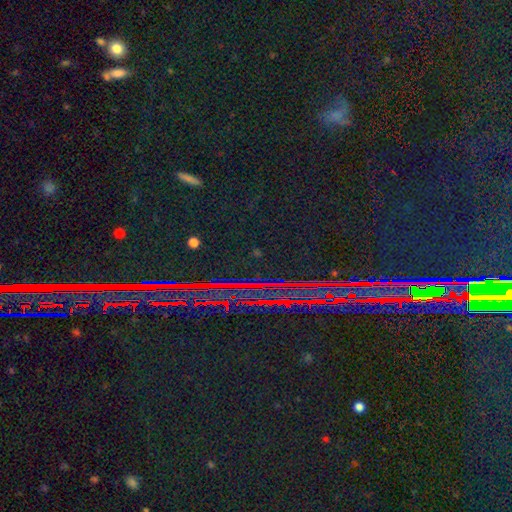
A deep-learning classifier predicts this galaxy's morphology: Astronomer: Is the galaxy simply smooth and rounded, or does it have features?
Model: star or artifact — 84%.